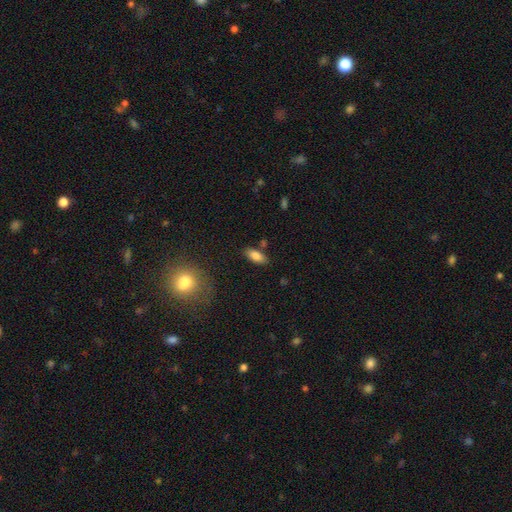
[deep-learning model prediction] Overall: smooth (83%). How rounded: in between (85%). Merging: none (78%).